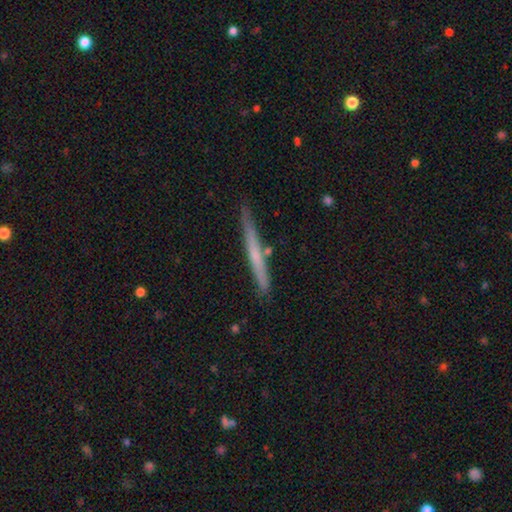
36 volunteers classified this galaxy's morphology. This is likely a smooth galaxy (67%). How rounded: clearly cigar-shaped (100%). Merging: clearly none (86%).